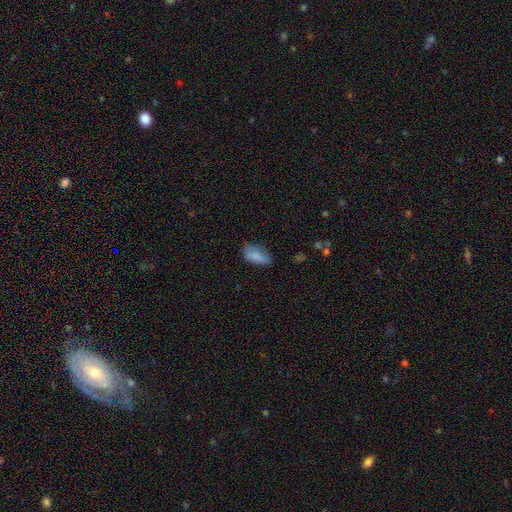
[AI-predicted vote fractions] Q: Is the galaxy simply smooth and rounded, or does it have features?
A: smooth — 84%.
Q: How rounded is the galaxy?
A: in between — 89%.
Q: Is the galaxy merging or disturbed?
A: none — 61%.